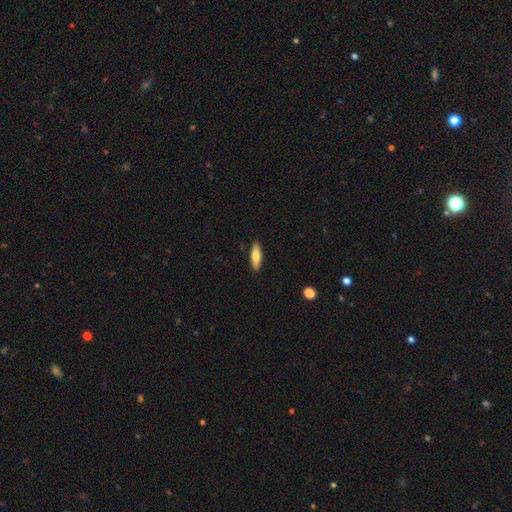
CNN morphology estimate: type=smooth (60%); roundness=cigar-shaped (62%); merging=none (90%).